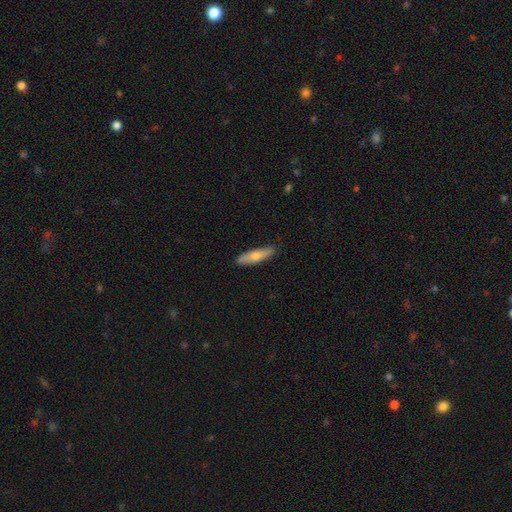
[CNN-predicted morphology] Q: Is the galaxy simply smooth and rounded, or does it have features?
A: smooth — 62%.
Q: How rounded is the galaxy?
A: cigar-shaped — 75%.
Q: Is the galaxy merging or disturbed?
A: none — 87%.